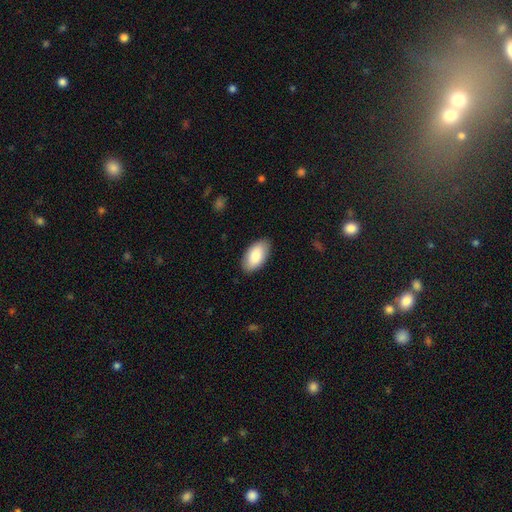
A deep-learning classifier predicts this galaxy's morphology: Smooth or featured?
  - smooth: 86% *
  - featured or disk: 9%
  - star or artifact: 6%
How rounded?
  - in between: 95% *
  - round: 3%
  - cigar-shaped: 2%
Merging?
  - none: 86% *
  - minor disturbance: 10%
  - major disturbance: 2%
  - merger: 1%